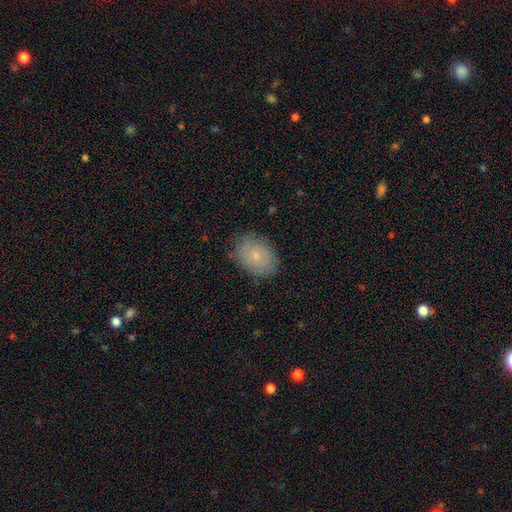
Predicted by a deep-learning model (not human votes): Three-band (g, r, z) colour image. It shows a smooth galaxy with no disk features (72%) that is in between round and cigar-shaped (71%). Merging: none (79%).